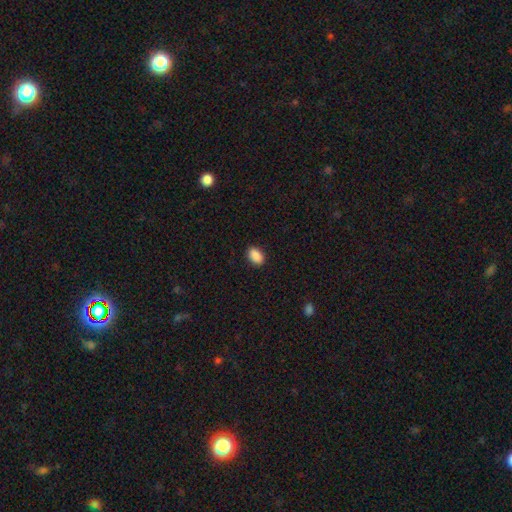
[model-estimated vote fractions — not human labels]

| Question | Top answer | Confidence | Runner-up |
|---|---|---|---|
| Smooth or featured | smooth | 90% | star or artifact (8%) |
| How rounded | in between | 88% | round (10%) |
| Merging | none | 89% | minor disturbance (8%) |